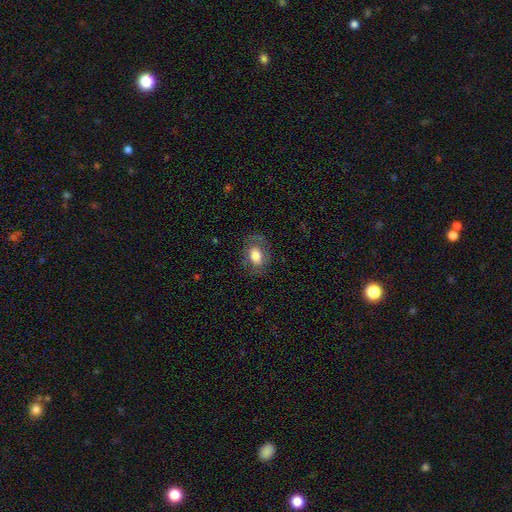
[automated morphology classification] The model was most divided on "how rounded": in between: 73%, round: 26%, cigar-shaped: 1%. More confident: merging — none (72%); smooth or featured — smooth (70%).